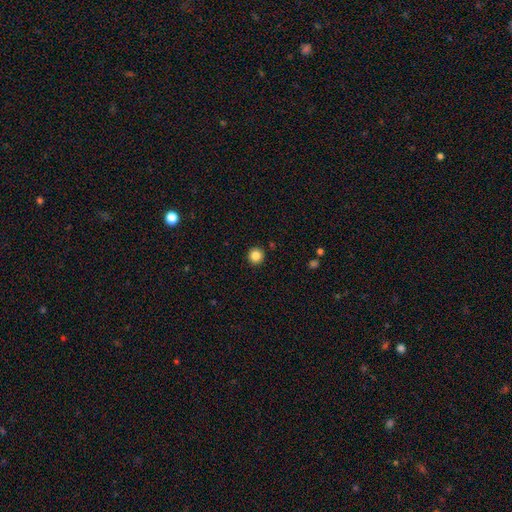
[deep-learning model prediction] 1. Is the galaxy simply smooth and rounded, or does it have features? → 84% smooth, 11% star or artifact, 5% featured or disk.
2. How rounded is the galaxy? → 95% round, 4% in between, 1% cigar-shaped.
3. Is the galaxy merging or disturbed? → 92% none, 5% minor disturbance, 2% major disturbance, 1% merger.